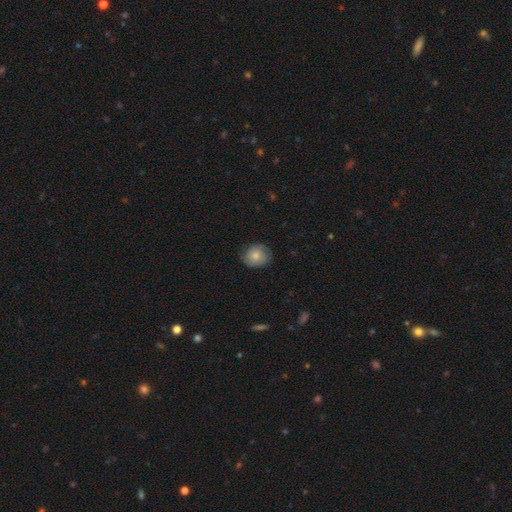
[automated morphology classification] Overall: smooth (64%; featured or disk 28%). How rounded: round (67%; in between 32%). Merging: none (77%).